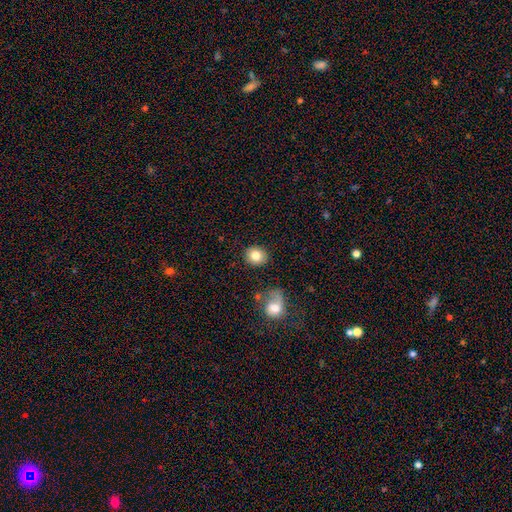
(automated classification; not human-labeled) Q: Smooth or featured?
A: smooth (81%); runner-up: featured or disk (10%)
Q: How rounded?
A: round (75%); runner-up: in between (24%)
Q: Merging?
A: none (84%); runner-up: minor disturbance (9%)